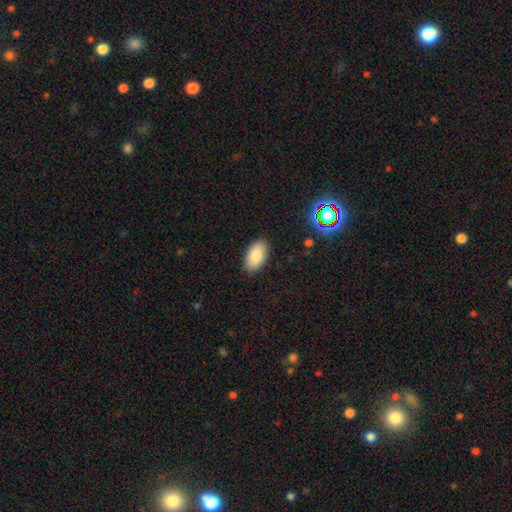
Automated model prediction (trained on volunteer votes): This is clearly a smooth galaxy (85%). How rounded: clearly in between (95%). Merging: clearly none (88%).